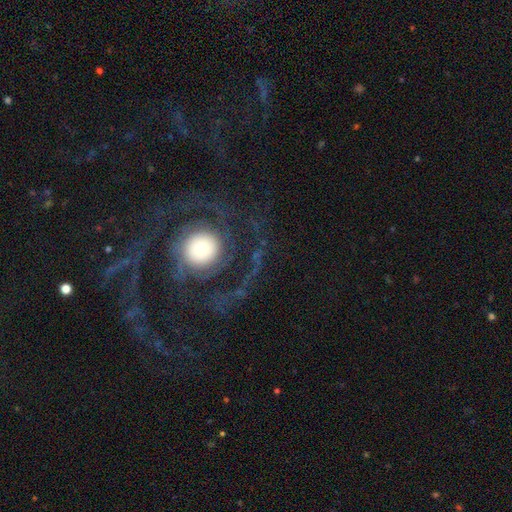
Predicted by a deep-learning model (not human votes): Q: Smooth or featured?
A: featured or disk (81%); runner-up: smooth (10%)
Q: Edge-on disk?
A: no (97%); runner-up: yes (3%)
Q: Bar?
A: no (77%); runner-up: weak (14%)
Q: Spiral arms?
A: yes (89%); runner-up: no (11%)
Q: Spiral winding?
A: medium (41%); runner-up: tight (36%)
Q: Spiral arm count?
A: 2 (51%); runner-up: can't tell (14%)
Q: Bulge size?
A: moderate (41%); runner-up: small (26%)
Q: Merging?
A: none (62%); runner-up: major disturbance (24%)